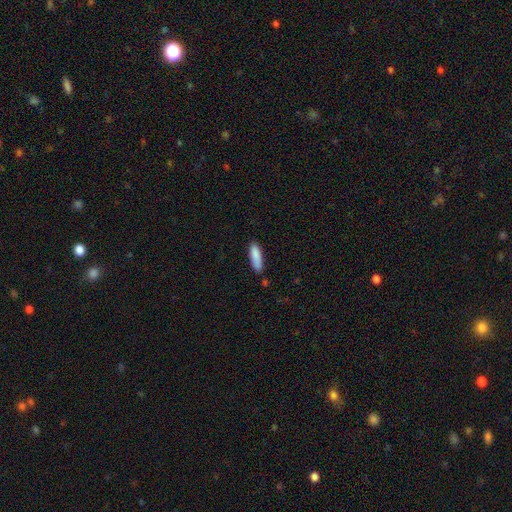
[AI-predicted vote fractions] smooth_or_featured: smooth (p=0.88) [alt: star or artifact p=0.06]
how_rounded: cigar-shaped (p=0.58) [alt: in between p=0.41]
merging: none (p=0.79) [alt: minor disturbance p=0.15]